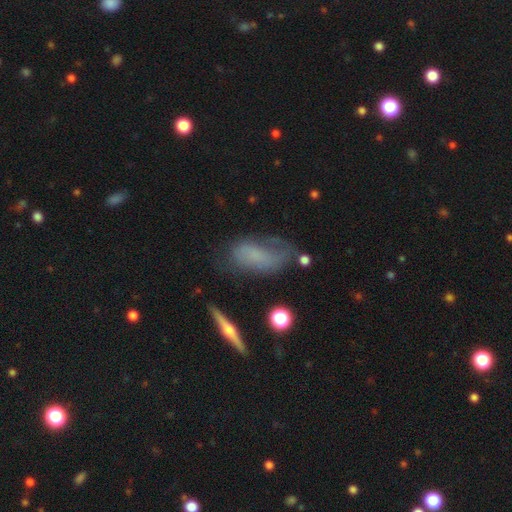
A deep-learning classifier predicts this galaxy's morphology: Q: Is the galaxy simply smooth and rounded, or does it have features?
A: smooth — 49%.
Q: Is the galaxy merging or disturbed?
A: none — 43%.